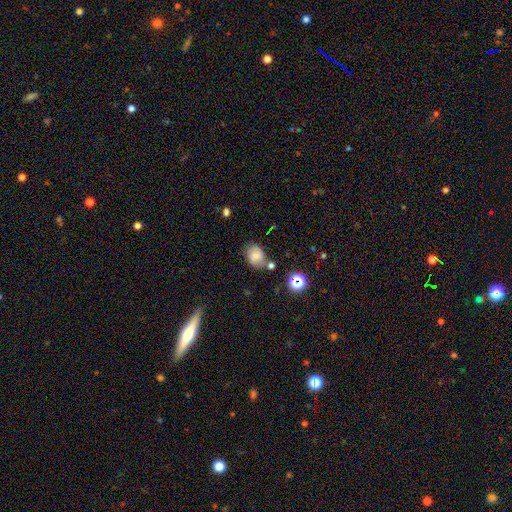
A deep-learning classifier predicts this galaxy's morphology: Smooth or featured? smooth (67%)
How rounded? in between (62%)
Merging? none (68%)